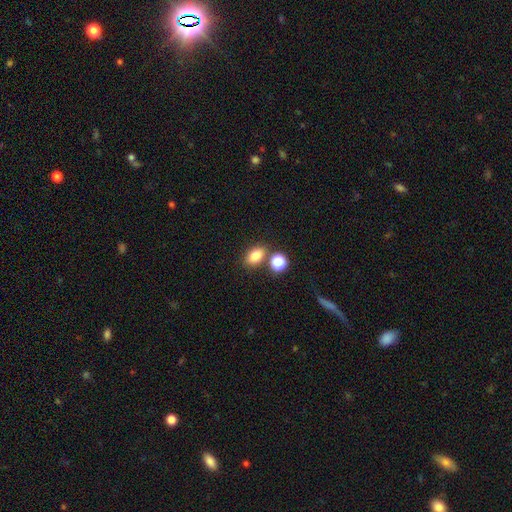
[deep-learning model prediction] Smooth or featured?
  - smooth: 81% *
  - star or artifact: 11%
  - featured or disk: 8%
How rounded?
  - in between: 76% *
  - round: 21%
  - cigar-shaped: 2%
Merging?
  - none: 69% *
  - merger: 17%
  - minor disturbance: 10%
  - major disturbance: 3%